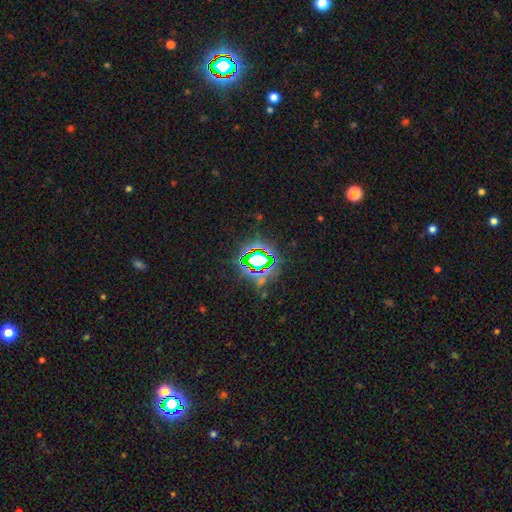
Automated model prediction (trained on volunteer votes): Q: Smooth or featured?
A: star or artifact (76%); runner-up: smooth (14%)